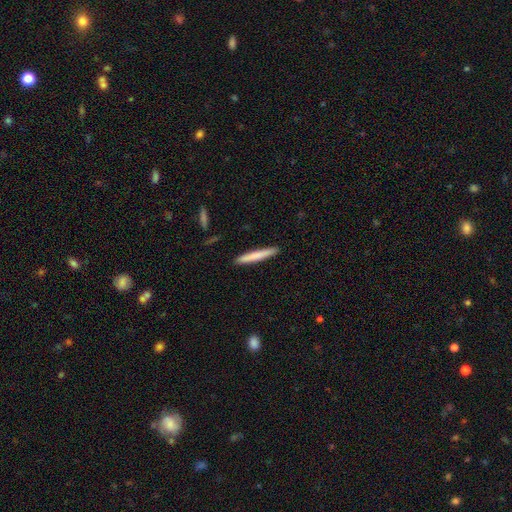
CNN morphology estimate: A smooth galaxy with no disk features (75%) that is cigar-shaped (96%).

Vote fractions:
- Smooth or featured? smooth: 75% / featured or disk: 20% / star or artifact: 5%
- How rounded? cigar-shaped: 96% / in between: 3% / round: 1%
- Merging? none: 92% / minor disturbance: 6% / major disturbance: 1% / merger: 1%